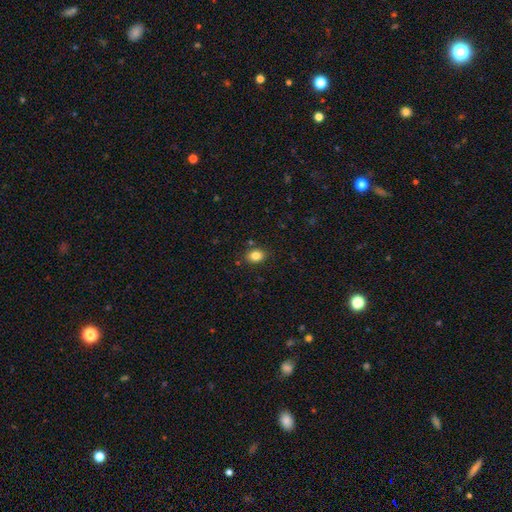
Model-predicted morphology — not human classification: A smooth galaxy with no disk features (85%) that is in between round and cigar-shaped (64%).

Vote fractions:
- Smooth or featured? smooth: 85% / star or artifact: 10% / featured or disk: 6%
- How rounded? in between: 64% / round: 35% / cigar-shaped: 1%
- Merging? none: 85% / minor disturbance: 9% / merger: 3% / major disturbance: 2%